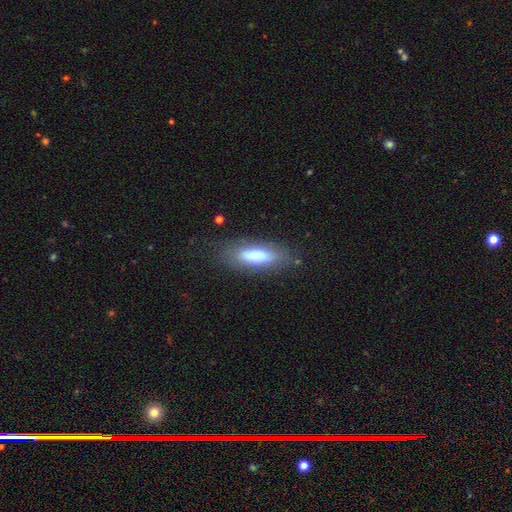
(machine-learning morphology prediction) A smooth galaxy with no disk features (76%) that is in between round and cigar-shaped (60%). Merging: none (76%).